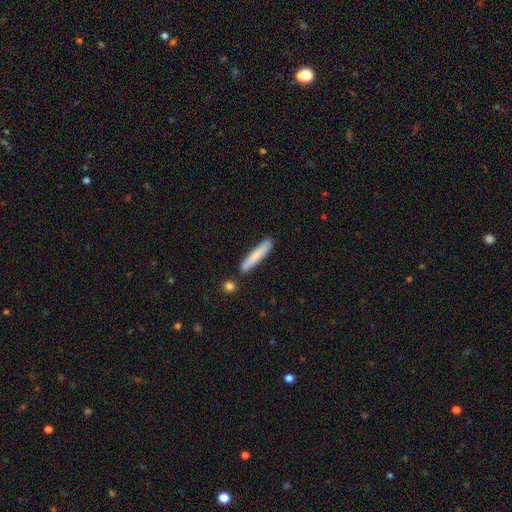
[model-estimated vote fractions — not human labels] Smooth or featured? Predicted: smooth (p=0.78). How rounded? Predicted: cigar-shaped (p=0.92). Merging? Predicted: none (p=0.84).